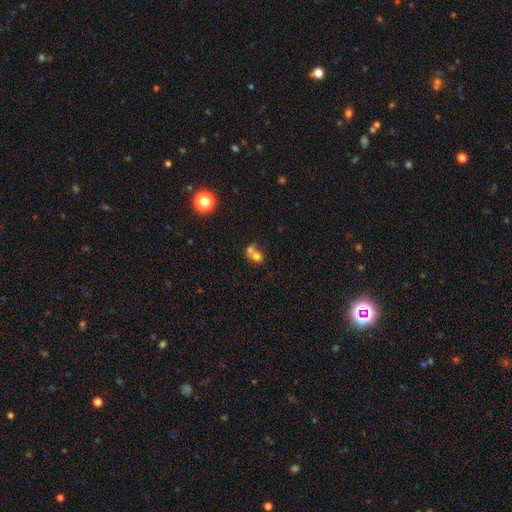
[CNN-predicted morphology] smooth 68%, featured or disk 19%, star or artifact 13%. Down the decision tree: how rounded — round (59%); merging — merger (68%).